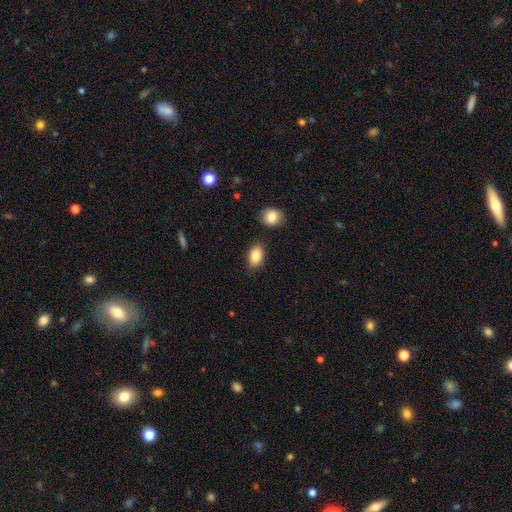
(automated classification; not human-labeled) A smooth galaxy with no disk features (84%) that is in between round and cigar-shaped (82%). Merging: none (83%).